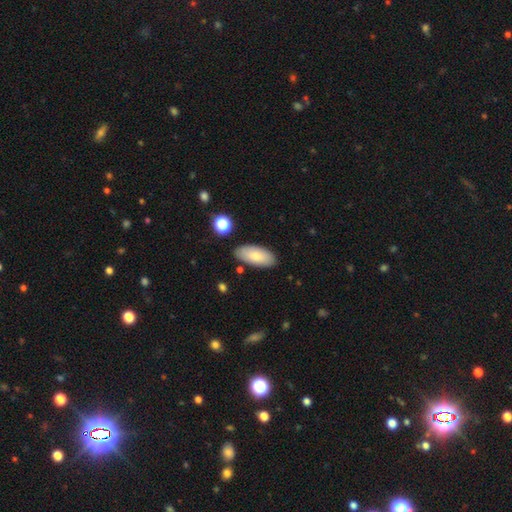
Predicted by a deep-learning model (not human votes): Smooth or featured? Predicted: smooth (p=0.77). How rounded? Predicted: in between (p=0.90). Merging? Predicted: none (p=0.83).